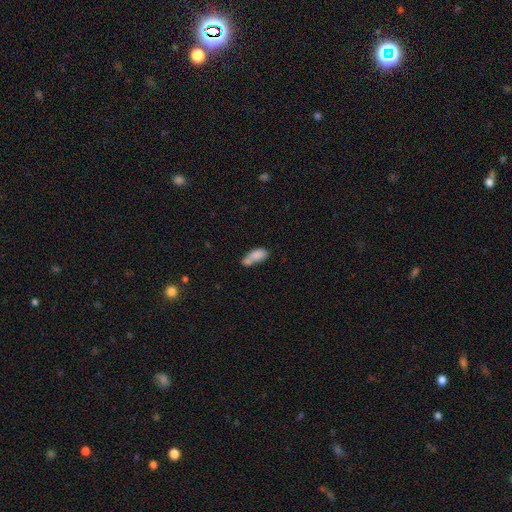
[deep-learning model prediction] smooth-or-featured: smooth: 78% | featured or disk: 13% | star or artifact: 8%
  how-rounded: in between: 84% | cigar-shaped: 11% | round: 4%
  merging: merger: 47% | none: 30% | minor disturbance: 16% | major disturbance: 7%